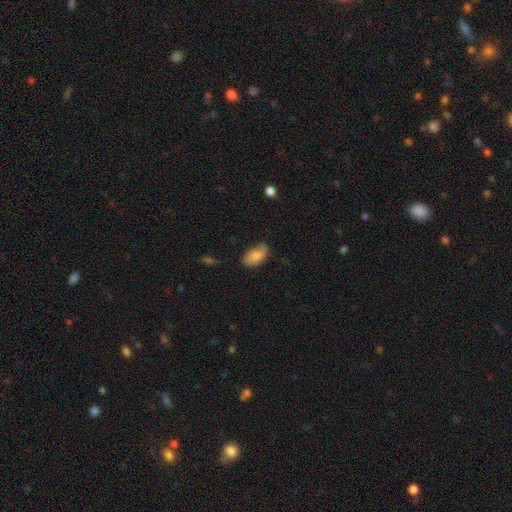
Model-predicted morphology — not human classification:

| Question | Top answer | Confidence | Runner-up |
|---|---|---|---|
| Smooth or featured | smooth | 83% | featured or disk (10%) |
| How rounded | in between | 94% | round (4%) |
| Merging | none | 69% | minor disturbance (25%) |